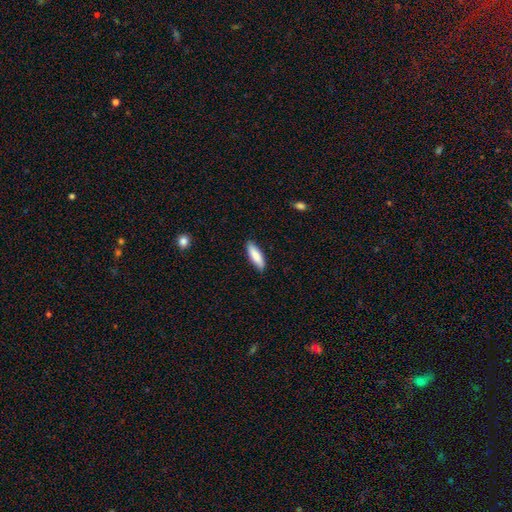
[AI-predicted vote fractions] smooth_or_featured: smooth (p=0.85) [alt: featured or disk p=0.10]
how_rounded: cigar-shaped (p=0.52) [alt: in between p=0.46]
merging: none (p=0.87) [alt: minor disturbance p=0.10]